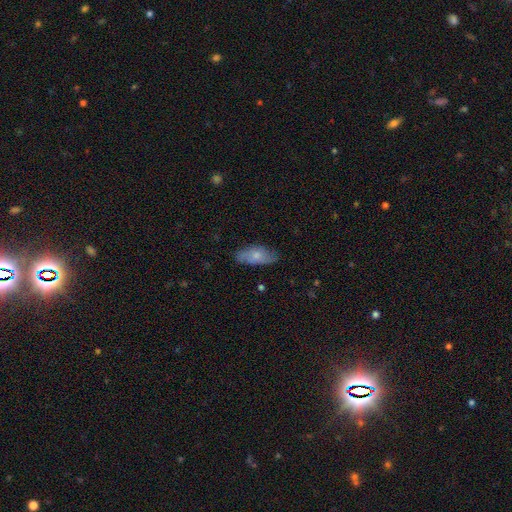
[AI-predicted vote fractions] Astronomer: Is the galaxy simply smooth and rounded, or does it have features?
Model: smooth — 63%.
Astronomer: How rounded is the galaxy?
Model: in between — 83%.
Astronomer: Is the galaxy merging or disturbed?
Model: none — 72%.